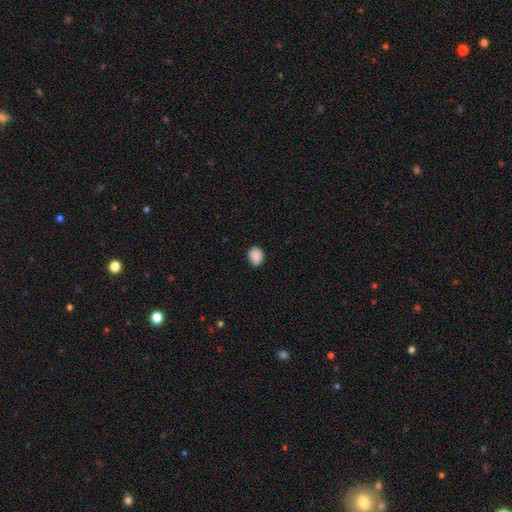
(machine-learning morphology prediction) smooth-or-featured: smooth: 88% | star or artifact: 8% | featured or disk: 4%
  how-rounded: round: 57% | in between: 42% | cigar-shaped: 1%
  merging: none: 76% | minor disturbance: 19% | major disturbance: 3% | merger: 1%